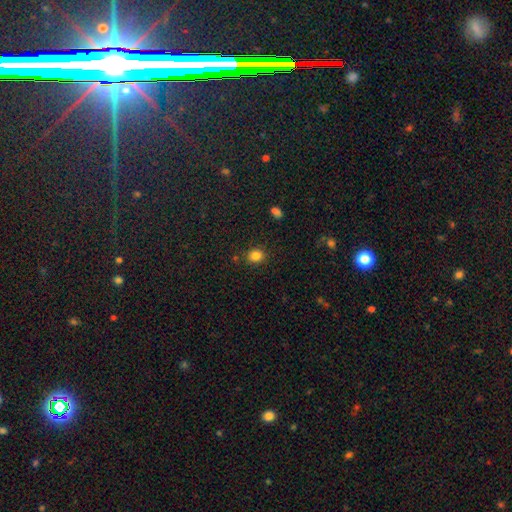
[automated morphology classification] Smooth or featured? smooth (83%)
How rounded? round (66%)
Merging? none (85%)